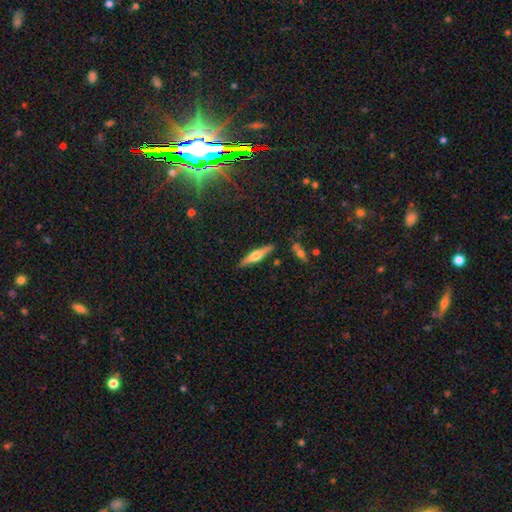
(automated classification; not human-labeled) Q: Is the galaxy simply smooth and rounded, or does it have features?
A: featured or disk — 54%.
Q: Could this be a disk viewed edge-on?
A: yes — 95%.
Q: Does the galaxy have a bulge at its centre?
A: rounded — 90%.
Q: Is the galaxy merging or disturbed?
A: none — 87%.